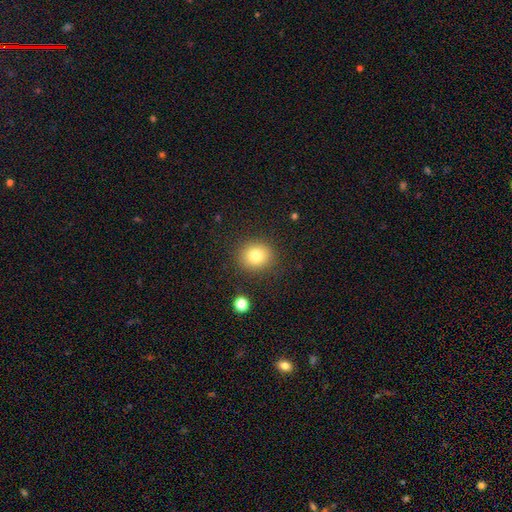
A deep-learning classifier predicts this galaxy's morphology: This is likely a smooth galaxy (80%). How rounded: clearly round (84%). Merging: clearly none (87%).